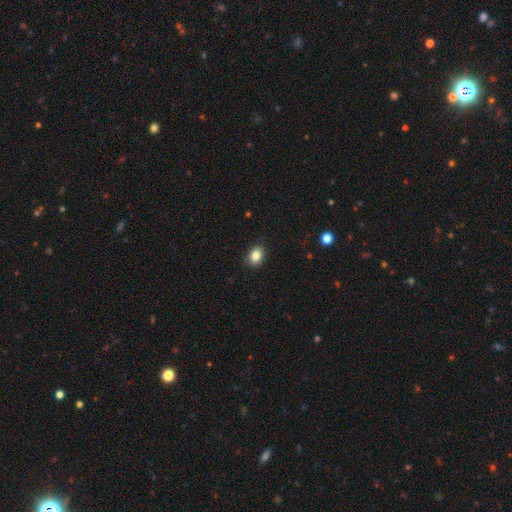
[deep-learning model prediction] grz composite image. It shows a smooth galaxy with no disk features (84%) that is in between round and cigar-shaped (57%). Merging: none (88%).